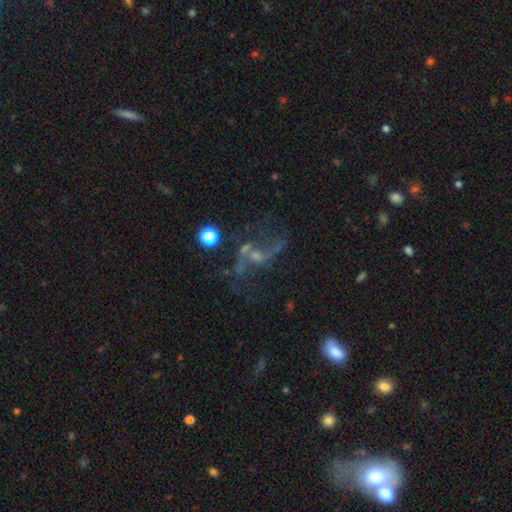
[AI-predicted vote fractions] Q: Smooth or featured?
A: featured or disk (67%); runner-up: star or artifact (20%)
Q: Edge-on disk?
A: no (95%); runner-up: yes (5%)
Q: Bar?
A: no (59%); runner-up: weak (30%)
Q: Spiral arms?
A: yes (73%); runner-up: no (27%)
Q: Bulge size?
A: small (50%); runner-up: moderate (24%)
Q: Merging?
A: none (47%); runner-up: major disturbance (26%)